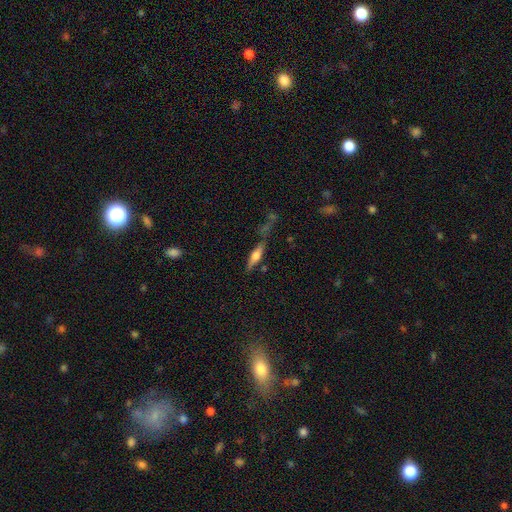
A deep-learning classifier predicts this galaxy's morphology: type=featured or disk (51%); edge-on=yes (87%); merging=none (55%).